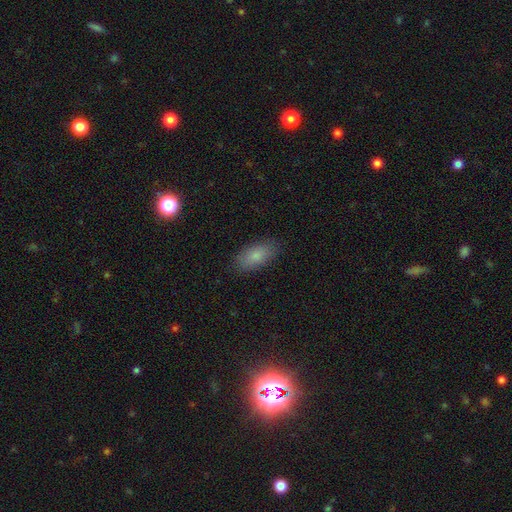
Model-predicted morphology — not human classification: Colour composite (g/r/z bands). It shows a smooth galaxy with no disk features (83%) that is in between round and cigar-shaped (87%). Merging: none (85%).